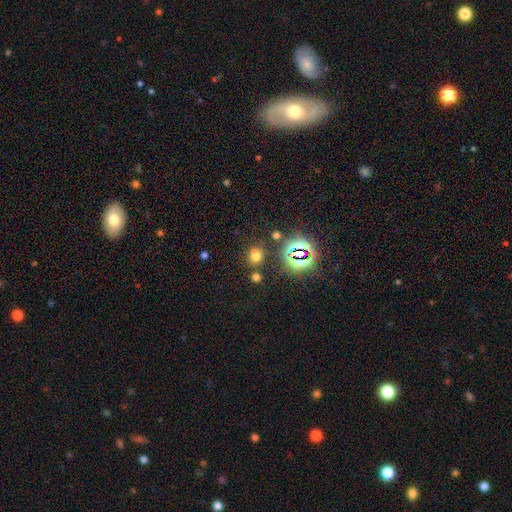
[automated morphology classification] type=smooth (58%); roundness=round (62%); merging=none (69%).